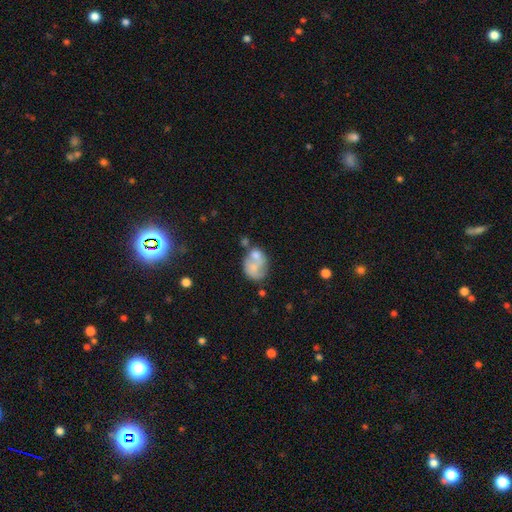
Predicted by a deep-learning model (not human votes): smooth 52%, featured or disk 38%, star or artifact 10%. Down the decision tree: how rounded — in between (61%); merging — merger (41%).